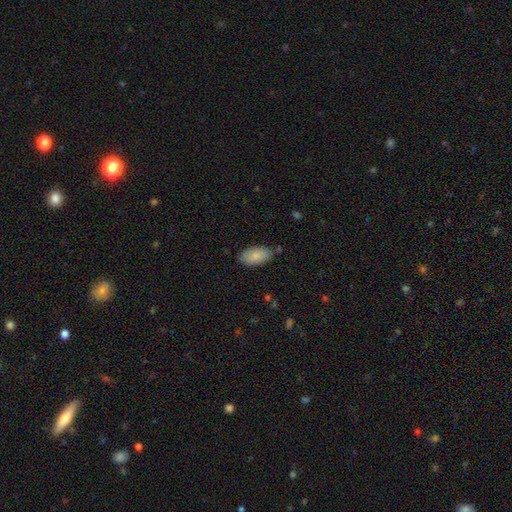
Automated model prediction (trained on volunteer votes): A smooth galaxy with no disk features (83%) that is in between round and cigar-shaped (94%). Merging: none (78%).